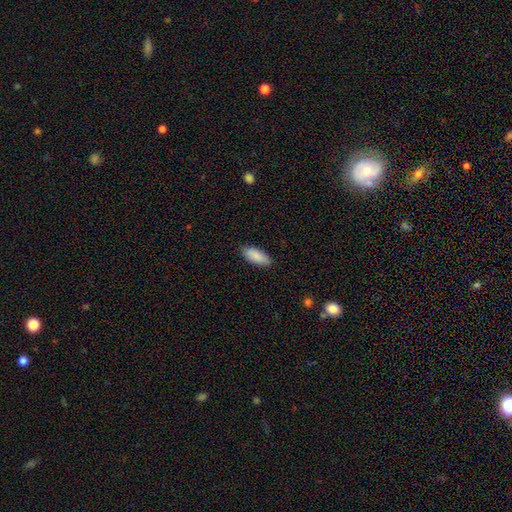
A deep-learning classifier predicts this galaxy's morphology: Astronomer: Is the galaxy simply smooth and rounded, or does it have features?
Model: smooth — 88%.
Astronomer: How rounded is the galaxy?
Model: in between — 82%.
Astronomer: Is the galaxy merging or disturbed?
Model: none — 85%.